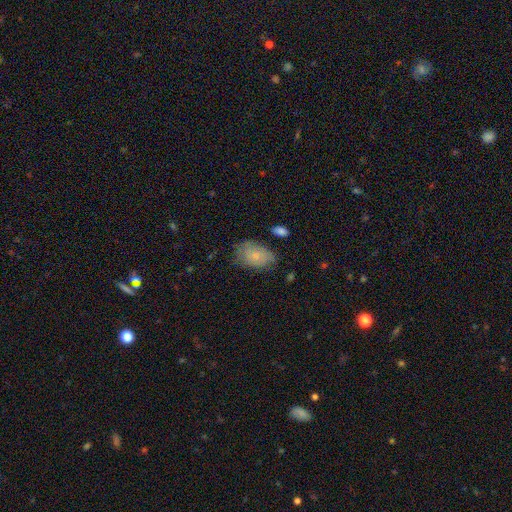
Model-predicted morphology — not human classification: This appears to be a smooth galaxy with no disk features (70%) that is in between round and cigar-shaped (86%). Merging: none (64%).